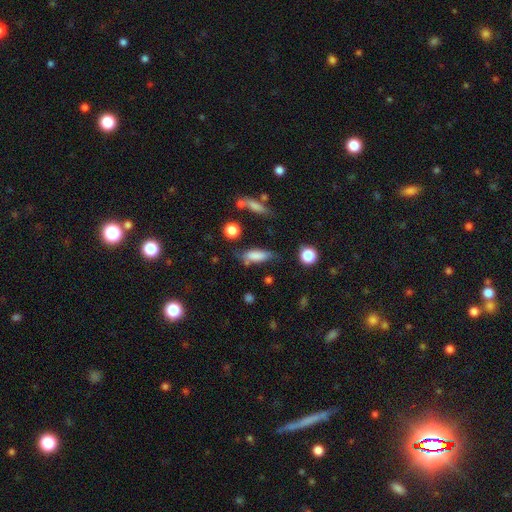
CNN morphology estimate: smooth-or-featured: smooth: 79% | featured or disk: 12% | star or artifact: 9%
  how-rounded: in between: 63% | cigar-shaped: 34% | round: 3%
  merging: none: 60% | minor disturbance: 26% | major disturbance: 8% | merger: 7%